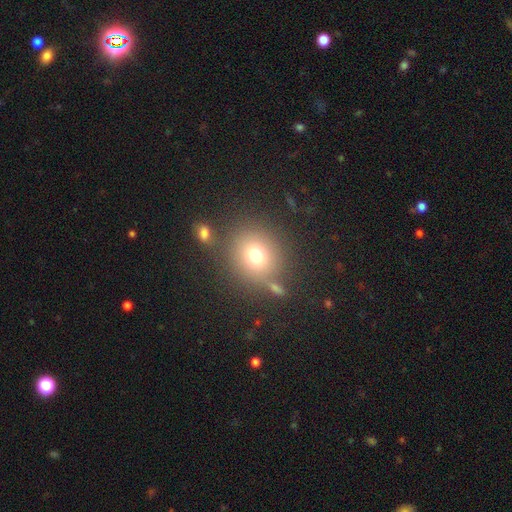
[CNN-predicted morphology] A smooth galaxy with no disk features (73%) that is round (84%). Merging: none (75%).